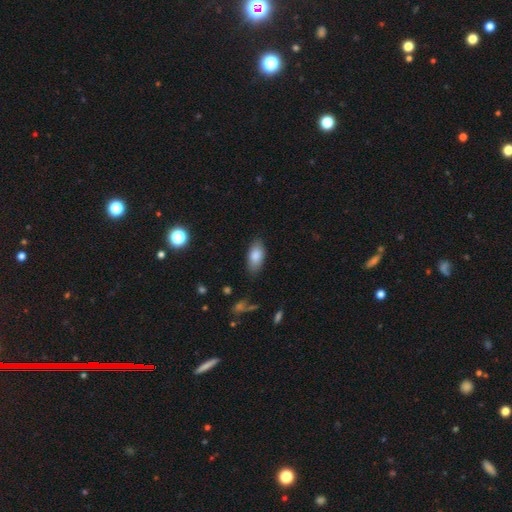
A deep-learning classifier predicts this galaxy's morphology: A smooth galaxy with no disk features (84%) that is in between round and cigar-shaped (90%). Merging: none (82%).